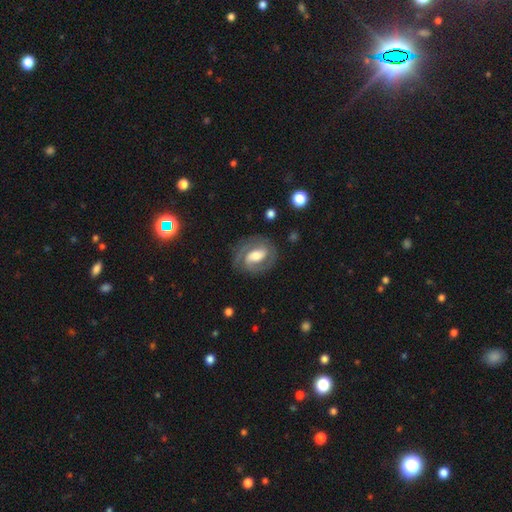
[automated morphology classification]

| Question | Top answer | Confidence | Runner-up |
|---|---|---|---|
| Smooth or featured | featured or disk | 78% | smooth (16%) |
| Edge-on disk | no | 97% | yes (3%) |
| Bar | weak | 41% | strong (30%) |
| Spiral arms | yes | 90% | no (10%) |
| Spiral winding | tight | 48% | medium (41%) |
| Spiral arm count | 2 | 81% | can't tell (8%) |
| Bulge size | moderate | 47% | large (32%) |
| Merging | none | 76% | minor disturbance (14%) |